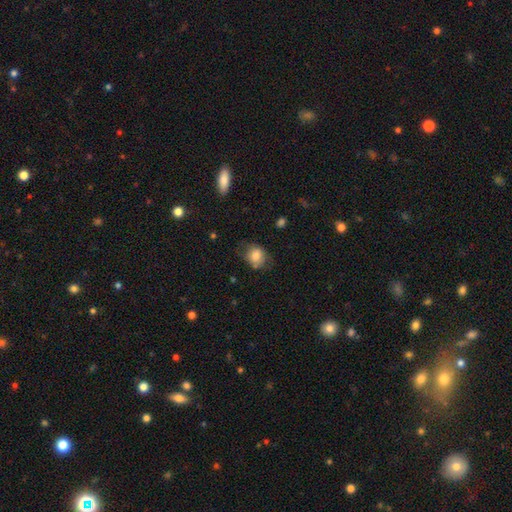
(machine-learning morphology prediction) type=smooth (79%); roundness=round (59%); merging=none (63%).